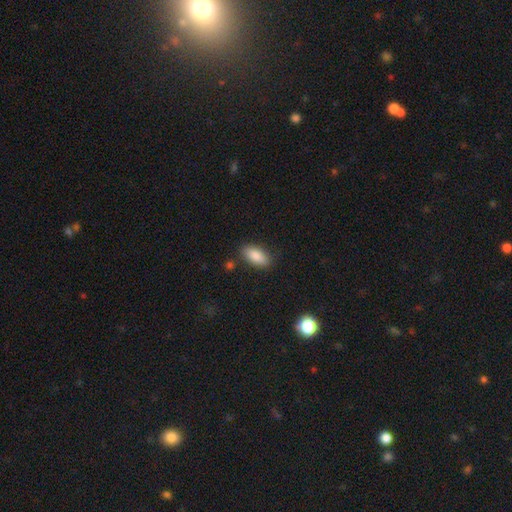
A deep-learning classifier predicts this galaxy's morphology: type=smooth (87%); roundness=in between (87%); merging=none (82%).